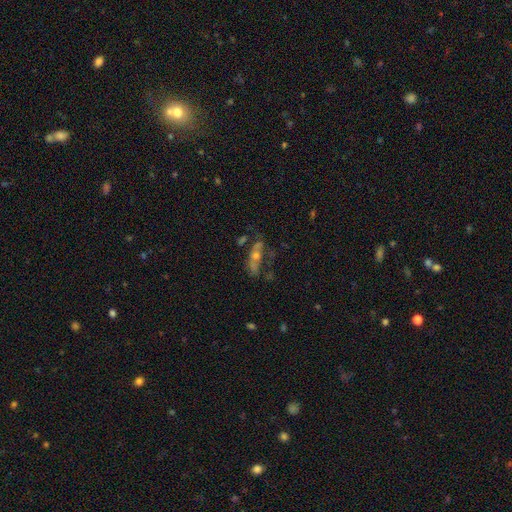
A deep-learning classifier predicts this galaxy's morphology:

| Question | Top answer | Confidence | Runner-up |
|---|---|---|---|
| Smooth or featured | featured or disk | 57% | smooth (31%) |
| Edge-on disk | no | 74% | yes (26%) |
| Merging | none | 39% | major disturbance (31%) |